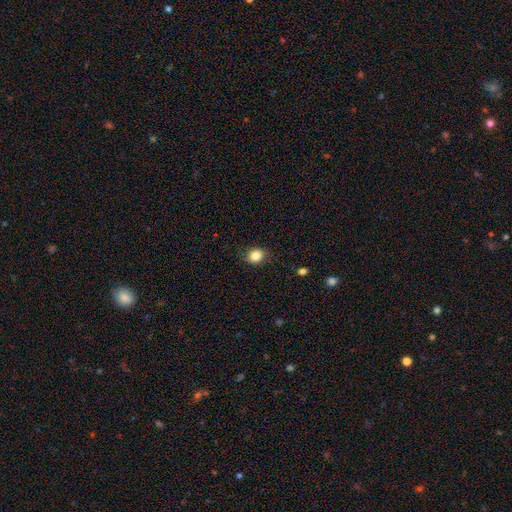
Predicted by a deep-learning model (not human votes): Overall: smooth (85%). How rounded: round (57%; in between 42%). Merging: none (85%).